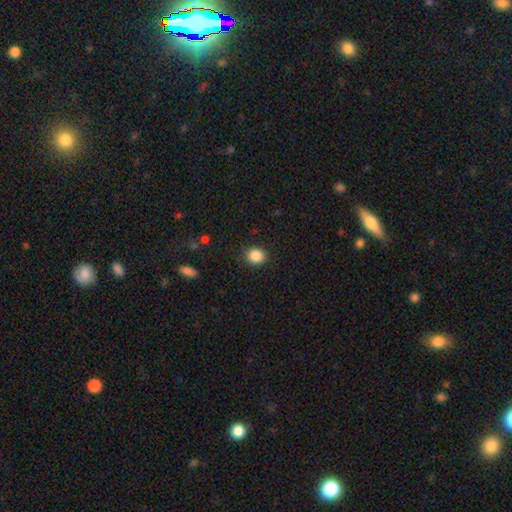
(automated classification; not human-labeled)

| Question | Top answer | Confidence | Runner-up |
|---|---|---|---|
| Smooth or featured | smooth | 87% | star or artifact (9%) |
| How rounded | round | 69% | in between (30%) |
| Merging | none | 87% | minor disturbance (9%) |